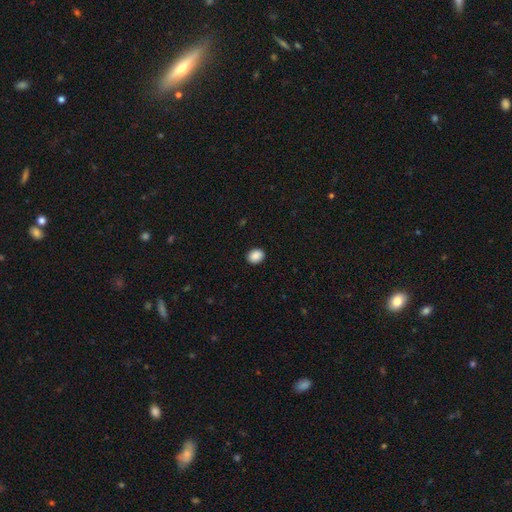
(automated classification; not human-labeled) Q: Smooth or featured?
A: smooth (89%); runner-up: star or artifact (8%)
Q: How rounded?
A: in between (55%); runner-up: round (44%)
Q: Merging?
A: none (91%); runner-up: minor disturbance (6%)